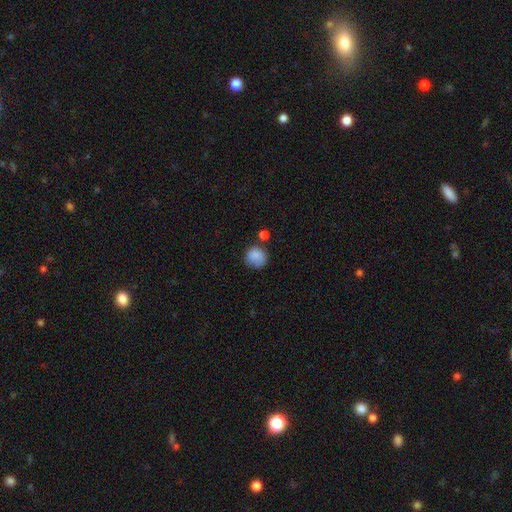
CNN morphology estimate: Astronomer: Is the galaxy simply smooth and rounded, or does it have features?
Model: smooth — 86%.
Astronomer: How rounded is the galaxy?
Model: round — 88%.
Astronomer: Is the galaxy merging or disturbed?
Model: none — 65%.